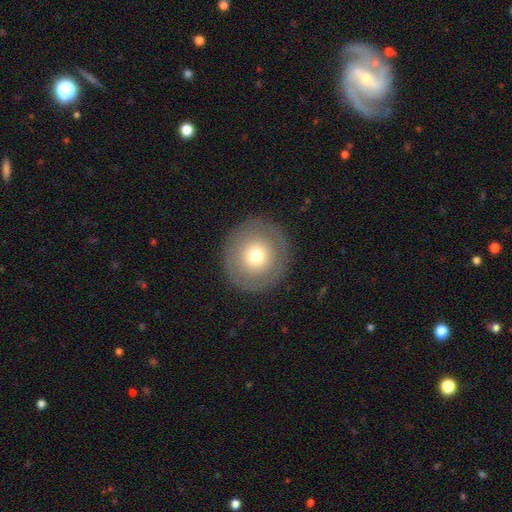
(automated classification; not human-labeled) This is likely a smooth galaxy (62%). How rounded: clearly round (92%). Merging: clearly none (87%).